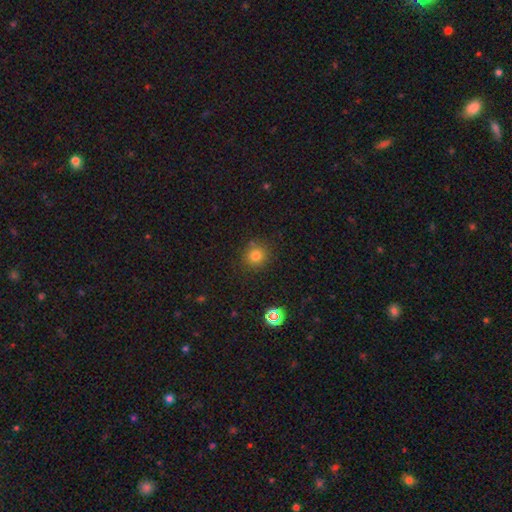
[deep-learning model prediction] A smooth galaxy with no disk features (77%) that is round (91%).

Vote fractions:
- Smooth or featured? smooth: 77% / star or artifact: 17% / featured or disk: 6%
- How rounded? round: 91% / in between: 8% / cigar-shaped: 1%
- Merging? none: 86% / minor disturbance: 9% / major disturbance: 3% / merger: 2%